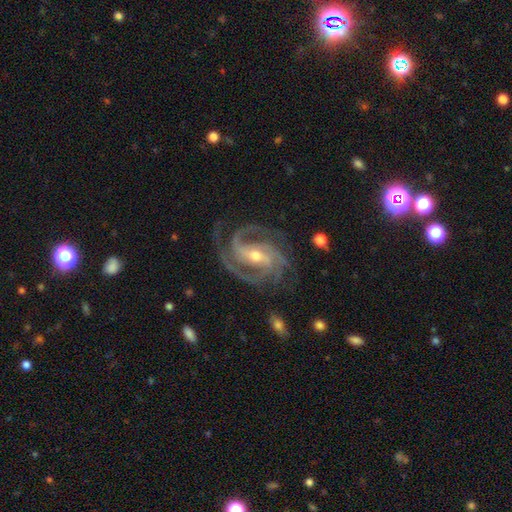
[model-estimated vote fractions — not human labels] smooth-or-featured: featured or disk: 94% | star or artifact: 4% | smooth: 2%
  disk-edge-on: no: 98% | yes: 2%
    bar: strong: 42% | weak: 38% | no: 20%
    has-spiral-arms: yes: 99% | no: 1%
      spiral-winding: tight: 48% | medium: 46% | loose: 6%
      spiral-arm-count: 3: 55% | 2: 19% | 4: 12% | can't tell: 6% | more than 4: 5% | 1: 4%
    bulge-size: moderate: 52% | small: 45% | large: 2% | none: 1% | dominant: 1%
  merging: none: 76% | minor disturbance: 15% | major disturbance: 7% | merger: 2%